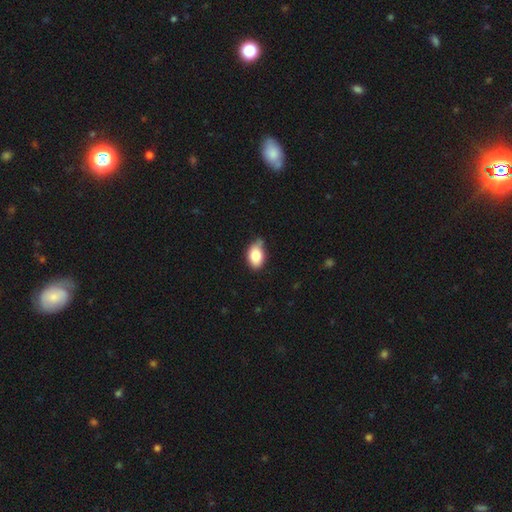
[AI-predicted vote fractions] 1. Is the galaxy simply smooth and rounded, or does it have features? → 83% smooth, 10% featured or disk, 8% star or artifact.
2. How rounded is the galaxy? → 89% in between, 10% round, 2% cigar-shaped.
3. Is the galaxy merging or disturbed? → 54% none, 37% minor disturbance, 5% major disturbance, 4% merger.